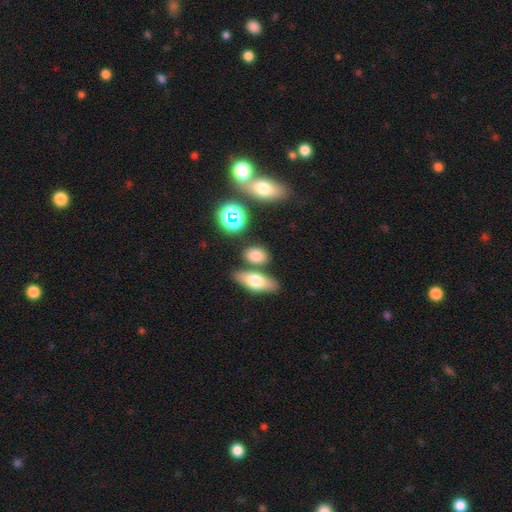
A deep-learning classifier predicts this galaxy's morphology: This is likely a smooth galaxy (75%). How rounded: likely in between (72%). Merging: likely none (73%).